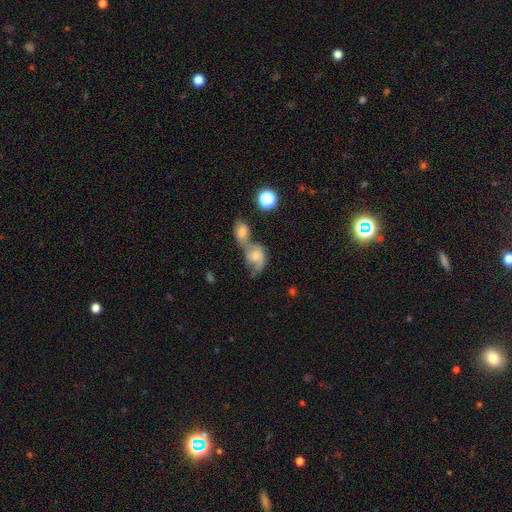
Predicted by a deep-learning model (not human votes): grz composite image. It shows a smooth galaxy with no disk features (45%). Merging: merger (68%).